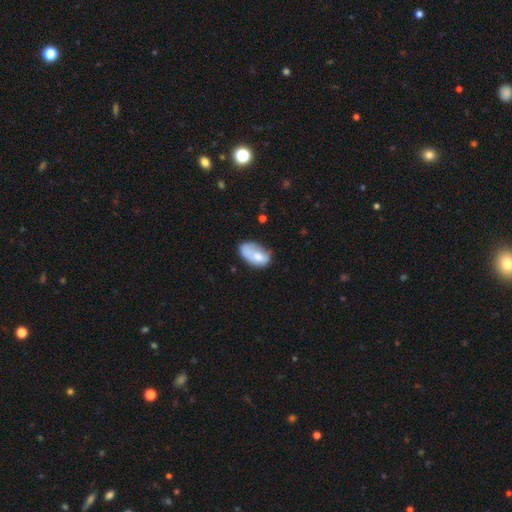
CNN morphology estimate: A smooth galaxy with no disk features (67%) that is in between round and cigar-shaped (93%).

Vote fractions:
- Smooth or featured? smooth: 67% / featured or disk: 26% / star or artifact: 7%
- How rounded? in between: 93% / round: 5% / cigar-shaped: 2%
- Merging? none: 37% / minor disturbance: 34% / major disturbance: 20% / merger: 9%